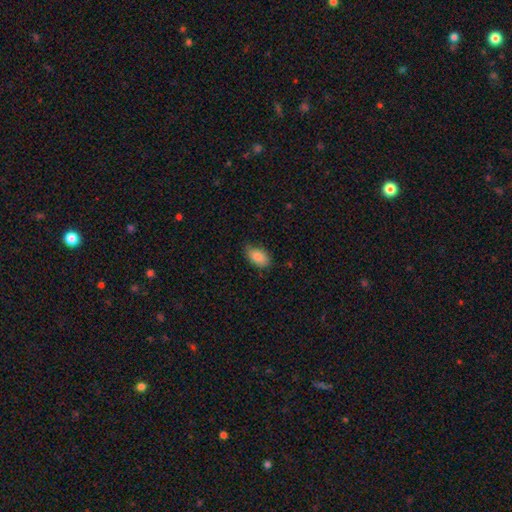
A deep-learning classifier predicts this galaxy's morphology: A smooth galaxy with no disk features (87%) that is in between round and cigar-shaped (92%).

Vote fractions:
- Smooth or featured? smooth: 87% / star or artifact: 7% / featured or disk: 6%
- How rounded? in between: 92% / round: 6% / cigar-shaped: 2%
- Merging? none: 76% / minor disturbance: 19% / major disturbance: 3% / merger: 1%